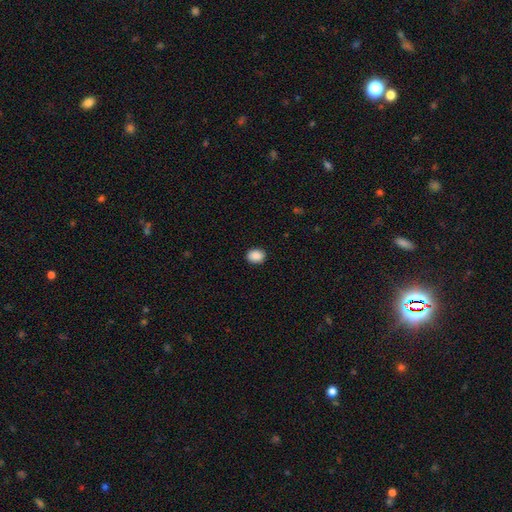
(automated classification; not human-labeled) Morphology: type=smooth (90%); roundness=in between (54%); merging=none (90%).